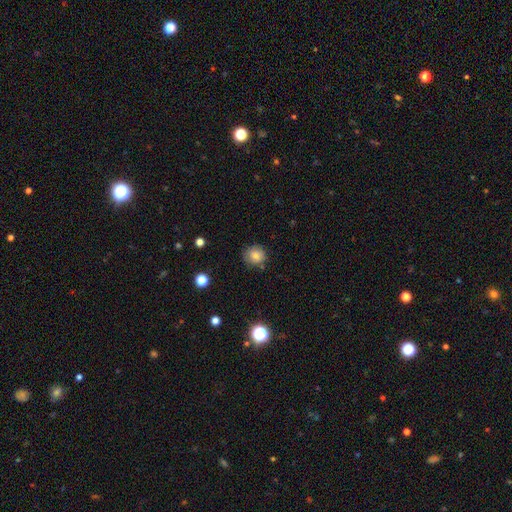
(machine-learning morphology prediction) type=smooth (81%); roundness=round (89%); merging=none (80%).